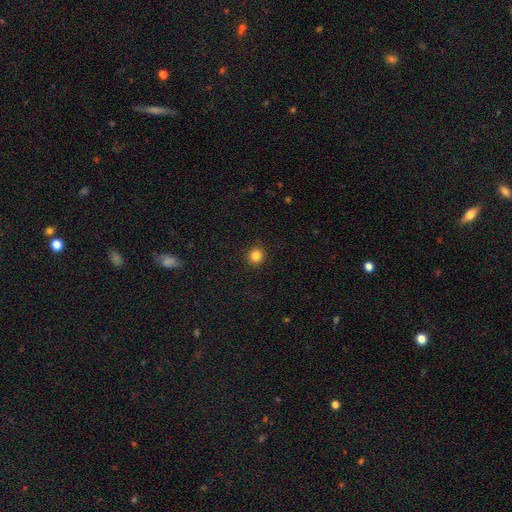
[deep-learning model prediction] Smooth or featured: smooth — 84% (star or artifact — 11%)
How rounded: round — 92% (in between — 7%)
Merging: none — 92% (minor disturbance — 5%)